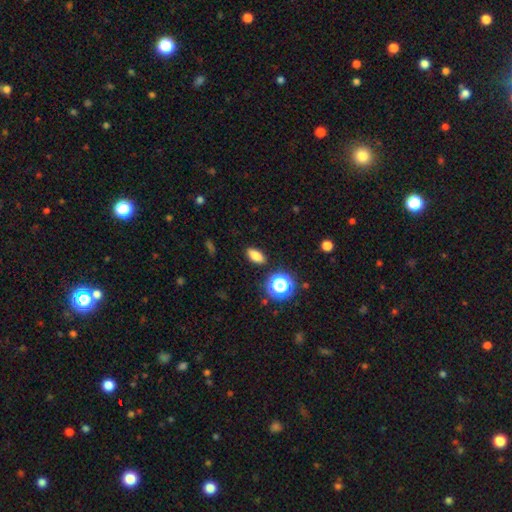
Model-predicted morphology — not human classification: smooth_or_featured: smooth (p=0.80) [alt: star or artifact p=0.13]
how_rounded: in between (p=0.78) [alt: round p=0.13]
merging: none (p=0.88) [alt: minor disturbance p=0.08]